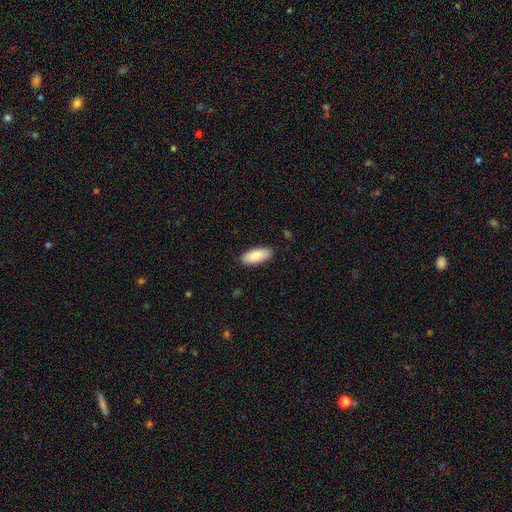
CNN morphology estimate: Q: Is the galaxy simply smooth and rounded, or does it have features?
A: smooth — 83%.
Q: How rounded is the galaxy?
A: in between — 86%.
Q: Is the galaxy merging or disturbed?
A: none — 88%.